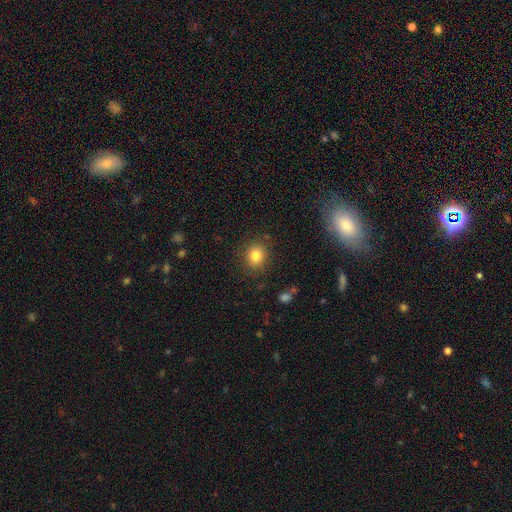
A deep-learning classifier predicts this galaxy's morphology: Smooth or featured: smooth — 83% (star or artifact — 11%)
How rounded: round — 74% (in between — 25%)
Merging: none — 86% (minor disturbance — 9%)